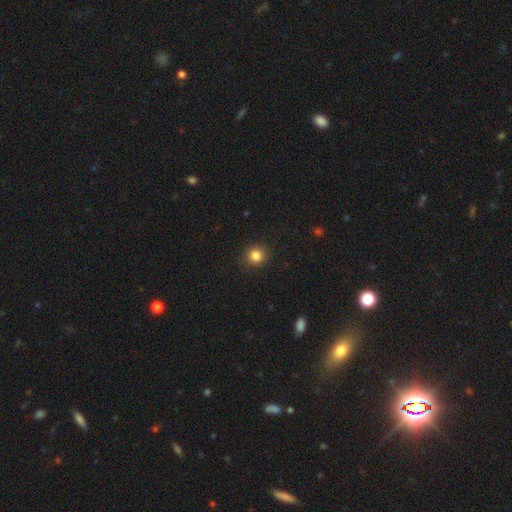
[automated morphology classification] smooth-or-featured: smooth: 84% | star or artifact: 11% | featured or disk: 5%
  how-rounded: round: 88% | in between: 12% | cigar-shaped: 1%
  merging: none: 91% | minor disturbance: 6% | major disturbance: 2% | merger: 1%